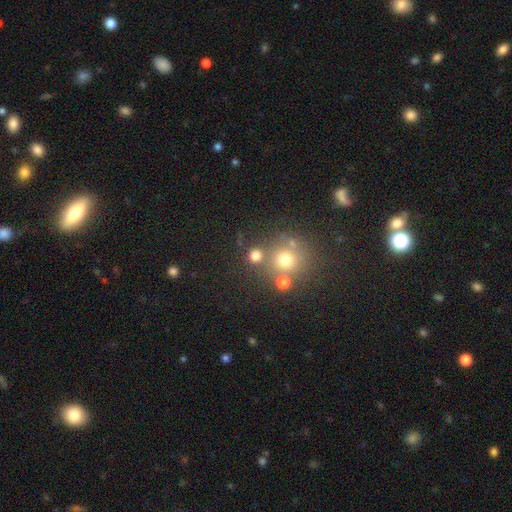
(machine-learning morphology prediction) type=smooth (73%); roundness=round (90%); merging=none (70%).